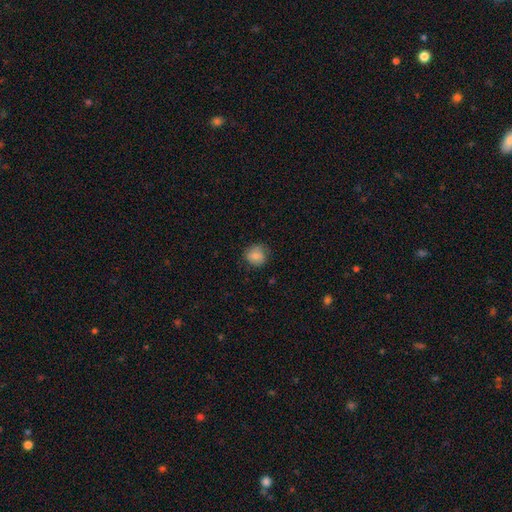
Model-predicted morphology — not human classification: Smooth or featured? smooth (84%)
How rounded? round (82%)
Merging? none (79%)